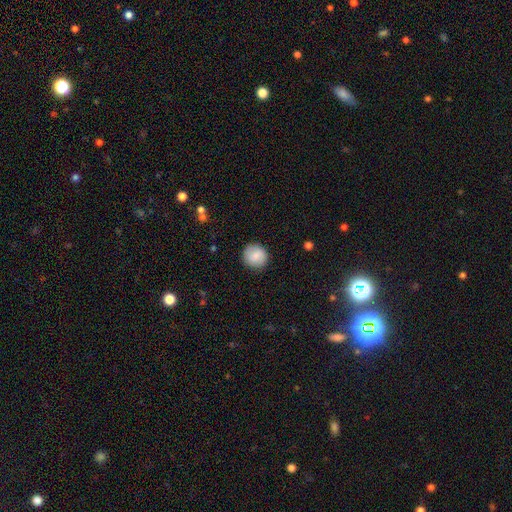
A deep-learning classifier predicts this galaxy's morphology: The model was most divided on "smooth or featured": smooth: 79%, featured or disk: 14%, star or artifact: 7%. More confident: how rounded — round (92%); merging — none (88%).